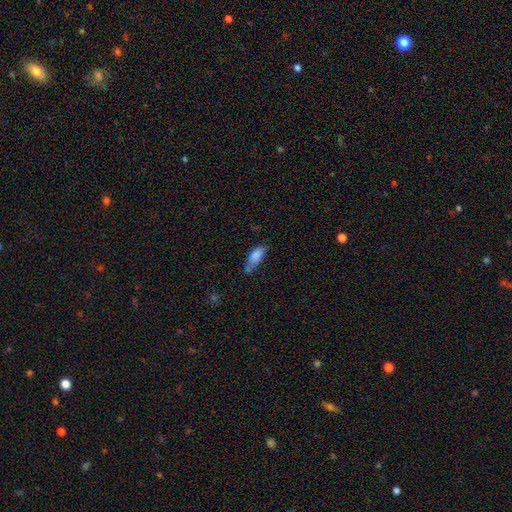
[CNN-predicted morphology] type=smooth (81%); roundness=in between (75%); merging=none (43%).